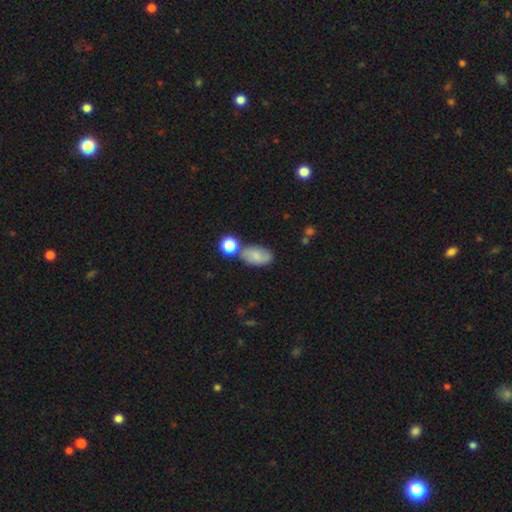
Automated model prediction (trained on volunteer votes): Overall: smooth (74%). How rounded: in between (89%). Merging: none (58%; merger 19%).